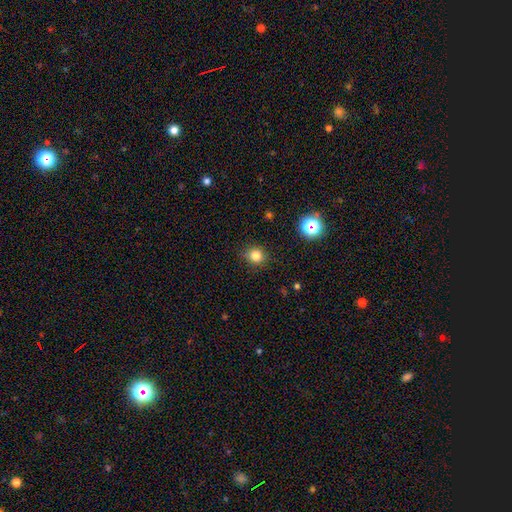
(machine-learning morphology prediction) Smooth or featured? smooth (81%)
How rounded? round (84%)
Merging? none (88%)